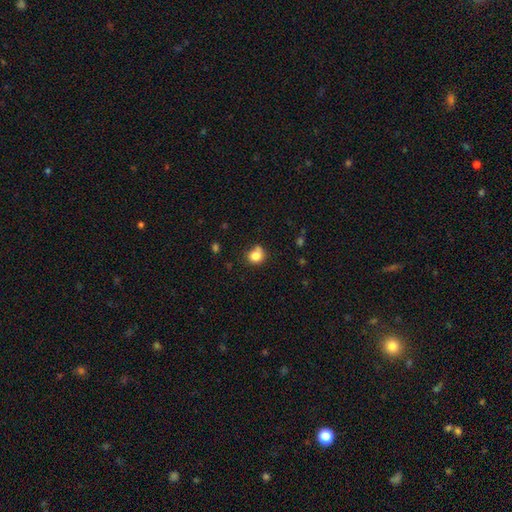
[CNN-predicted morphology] This appears to be a smooth galaxy with no disk features (82%) that is round (80%). Merging: none (61%).